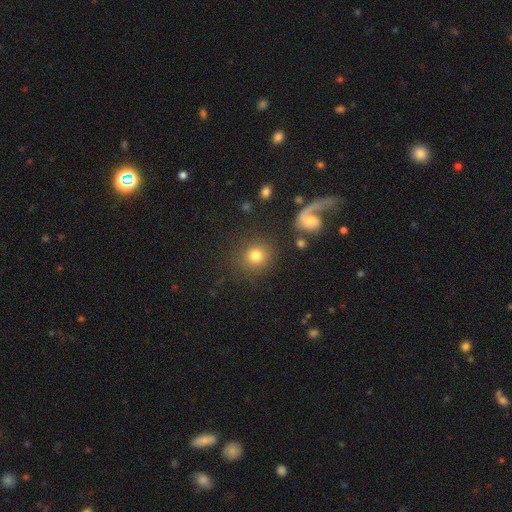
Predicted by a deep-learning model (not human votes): smooth 78%, star or artifact 13%, featured or disk 9%. Down the decision tree: how rounded — round (88%); merging — none (82%).